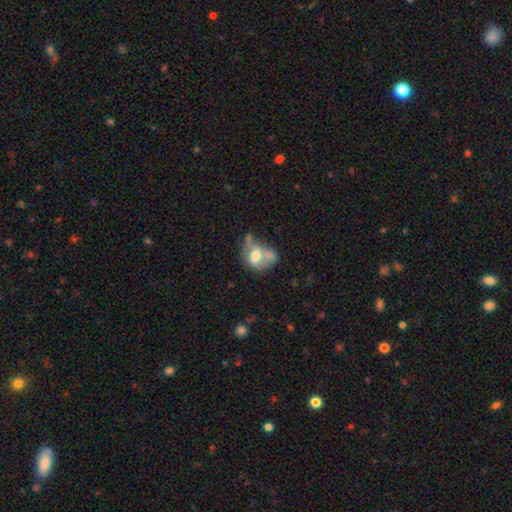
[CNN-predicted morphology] Smooth or featured? smooth (54%)
How rounded? in between (61%)
Merging? merger (33%)